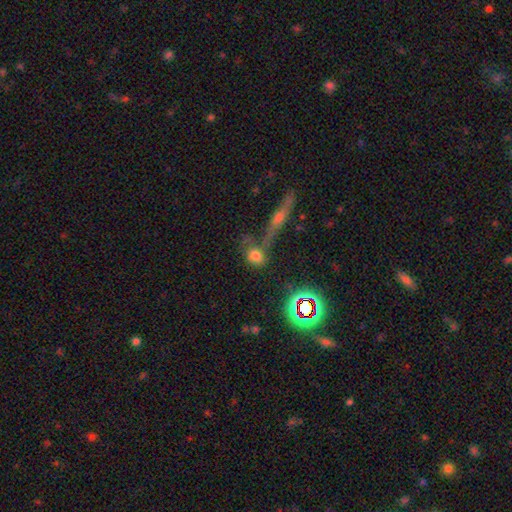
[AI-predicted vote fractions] A smooth galaxy with no disk features (70%) that is round (64%).

Vote fractions:
- Smooth or featured? smooth: 70% / star or artifact: 18% / featured or disk: 12%
- How rounded? round: 64% / in between: 30% / cigar-shaped: 6%
- Merging? none: 55% / merger: 25% / minor disturbance: 13% / major disturbance: 7%